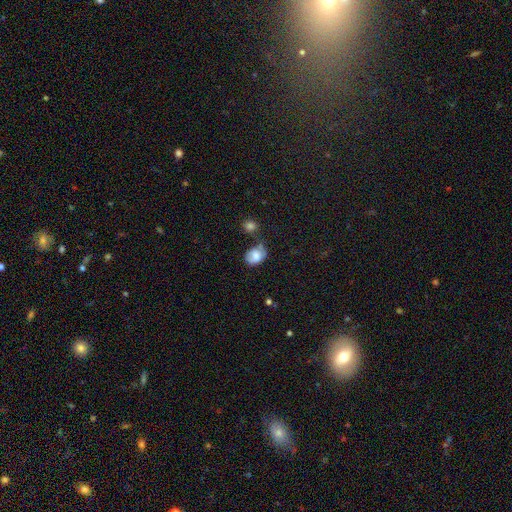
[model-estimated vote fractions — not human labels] smooth-or-featured: smooth: 70% | featured or disk: 21% | star or artifact: 9%
  how-rounded: in between: 69% | round: 30% | cigar-shaped: 1%
  merging: none: 44% | minor disturbance: 31% | merger: 13% | major disturbance: 12%